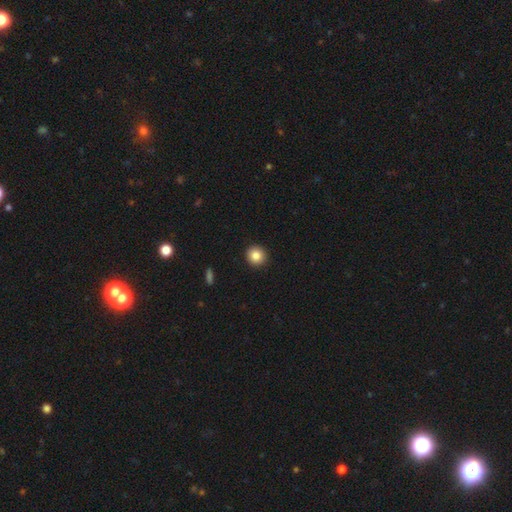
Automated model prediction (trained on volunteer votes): Q: Smooth or featured?
A: smooth (84%); runner-up: star or artifact (10%)
Q: How rounded?
A: round (92%); runner-up: in between (7%)
Q: Merging?
A: none (93%); runner-up: minor disturbance (5%)